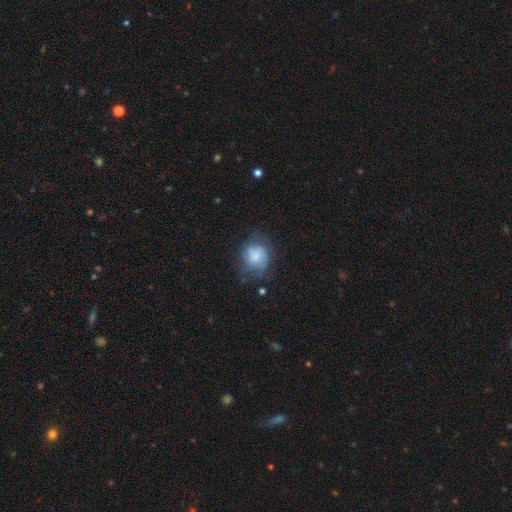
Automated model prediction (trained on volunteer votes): This is possibly a smooth galaxy (59%). How rounded: likely round (66%). Merging: possibly none (46%).